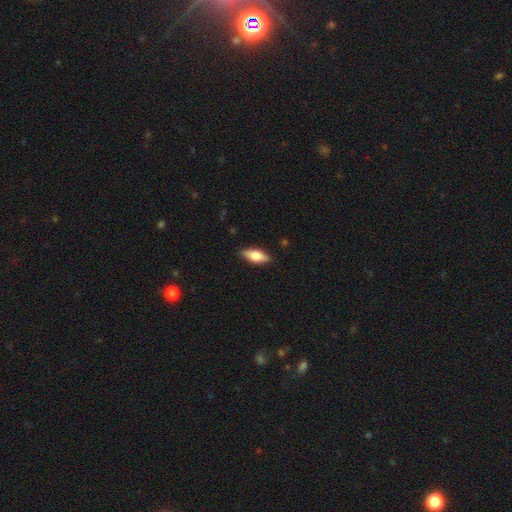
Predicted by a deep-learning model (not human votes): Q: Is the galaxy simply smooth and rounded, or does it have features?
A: smooth — 66%.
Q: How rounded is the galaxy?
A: in between — 75%.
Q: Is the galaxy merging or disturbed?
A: none — 87%.